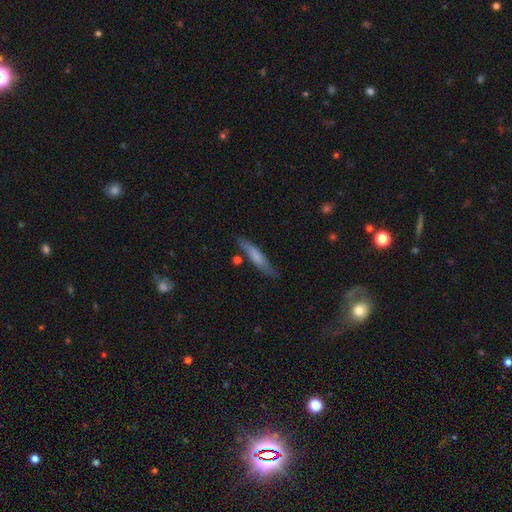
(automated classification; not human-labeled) Overall: smooth (67%; featured or disk 27%). How rounded: cigar-shaped (87%). Merging: none (76%).